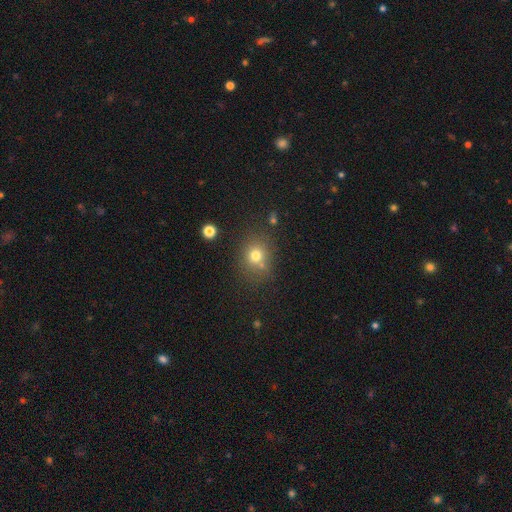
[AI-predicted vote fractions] Smooth or featured?
  - smooth: 73% *
  - star or artifact: 16%
  - featured or disk: 11%
How rounded?
  - round: 72% *
  - in between: 27%
  - cigar-shaped: 1%
Merging?
  - none: 68% *
  - minor disturbance: 14%
  - merger: 13%
  - major disturbance: 6%